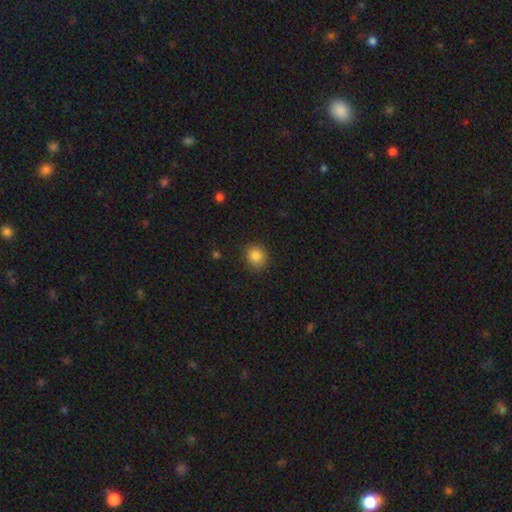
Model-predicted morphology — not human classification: A smooth galaxy with no disk features (85%) that is round (78%). Merging: none (88%).